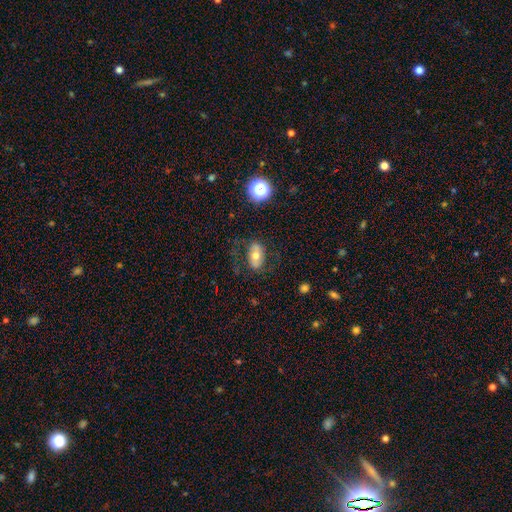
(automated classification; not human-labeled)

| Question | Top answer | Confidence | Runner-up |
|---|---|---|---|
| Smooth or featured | smooth | 48% | featured or disk (42%) |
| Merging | none | 69% | minor disturbance (17%) |